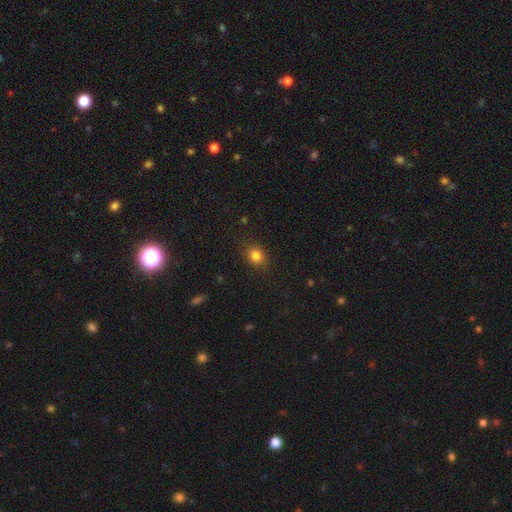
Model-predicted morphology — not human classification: A smooth galaxy with no disk features (83%) that is round (56%).

Vote fractions:
- Smooth or featured? smooth: 83% / star or artifact: 11% / featured or disk: 6%
- How rounded? round: 56% / in between: 43% / cigar-shaped: 1%
- Merging? none: 82% / minor disturbance: 13% / major disturbance: 4% / merger: 1%